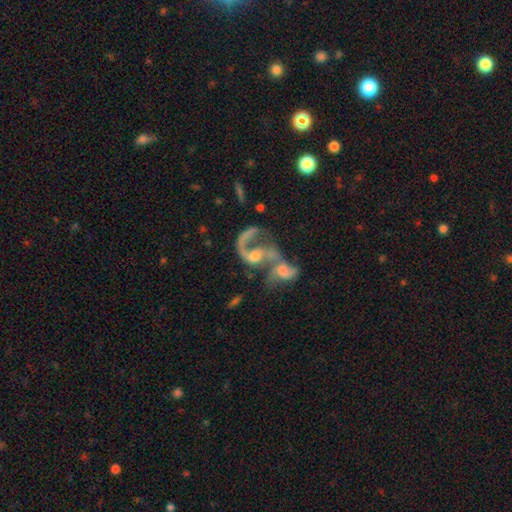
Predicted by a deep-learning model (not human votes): Overall: featured or disk (74%). Edge-on disk: no (97%). Bar: no (63%; weak 28%). Spiral arms: yes (79%). Spiral arm count: 1 (44%; 2 42%). Spiral winding: loose (63%; medium 29%). Bulge size: moderate (44%; small 26%). Merging: merger (72%).